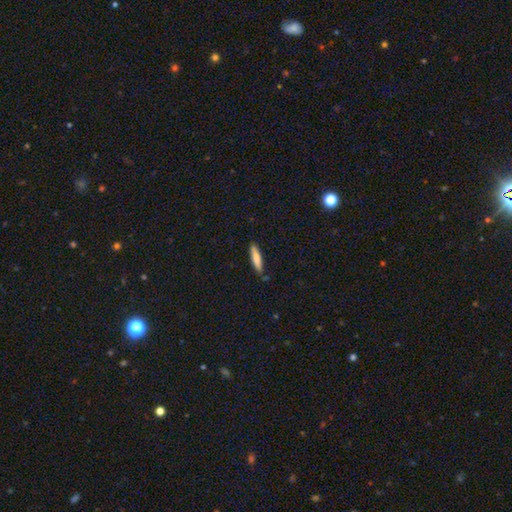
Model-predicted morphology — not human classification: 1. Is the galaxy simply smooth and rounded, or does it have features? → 78% smooth, 16% featured or disk, 6% star or artifact.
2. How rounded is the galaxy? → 82% cigar-shaped, 17% in between, 1% round.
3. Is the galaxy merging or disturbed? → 82% none, 14% minor disturbance, 2% merger, 2% major disturbance.